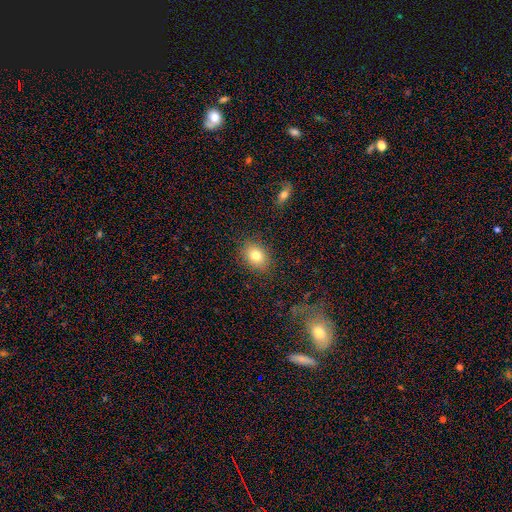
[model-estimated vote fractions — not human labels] The model was most divided on "how rounded": in between: 58%, round: 40%, cigar-shaped: 1%. More confident: merging — none (86%); smooth or featured — smooth (78%).